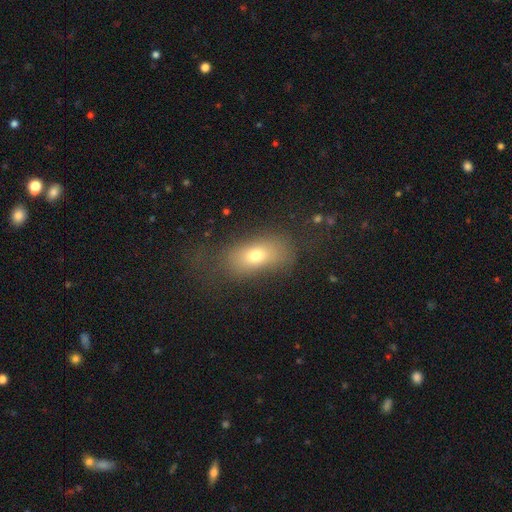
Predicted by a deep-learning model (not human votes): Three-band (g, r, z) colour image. It shows a smooth galaxy with no disk features (68%) that is in between round and cigar-shaped (81%). Merging: none (56%).